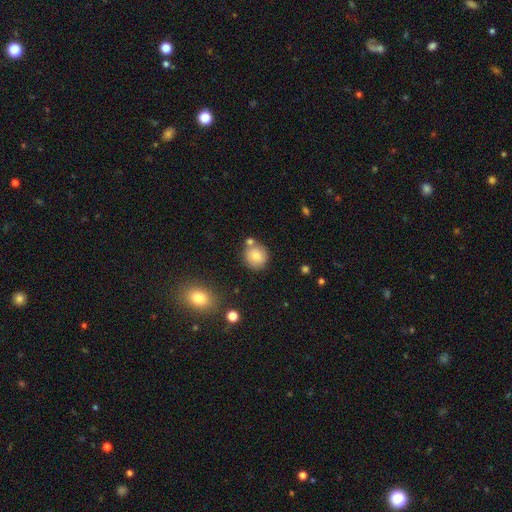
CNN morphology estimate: smooth-or-featured: smooth: 80% | featured or disk: 11% | star or artifact: 9%
  how-rounded: round: 86% | in between: 13% | cigar-shaped: 1%
  merging: none: 70% | merger: 14% | minor disturbance: 12% | major disturbance: 3%